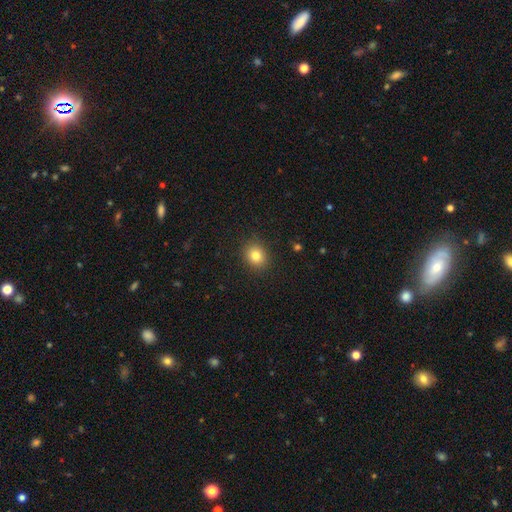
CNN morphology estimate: A smooth galaxy with no disk features (81%) that is round (70%).

Vote fractions:
- Smooth or featured? smooth: 81% / star or artifact: 12% / featured or disk: 8%
- How rounded? round: 70% / in between: 29% / cigar-shaped: 1%
- Merging? none: 89% / minor disturbance: 7% / major disturbance: 2% / merger: 1%